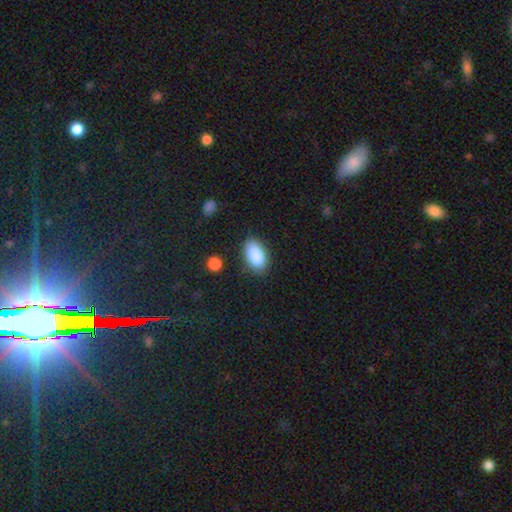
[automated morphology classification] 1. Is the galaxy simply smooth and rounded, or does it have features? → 87% smooth, 7% star or artifact, 6% featured or disk.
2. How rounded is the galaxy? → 93% in between, 4% round, 3% cigar-shaped.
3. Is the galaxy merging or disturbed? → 82% none, 13% minor disturbance, 3% major disturbance, 2% merger.